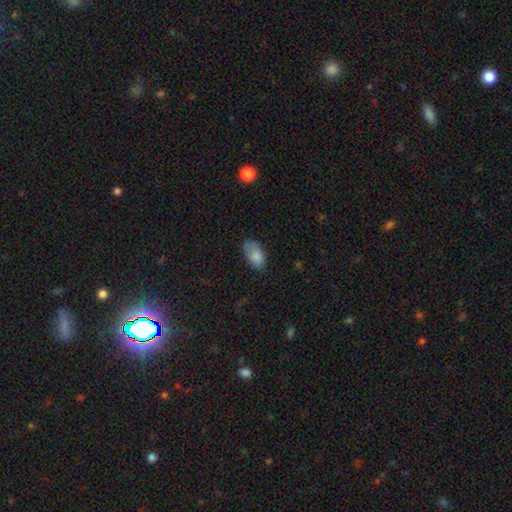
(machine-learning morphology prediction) Smooth or featured: smooth — 82% (featured or disk — 10%)
How rounded: in between — 92% (round — 6%)
Merging: none — 61% (minor disturbance — 29%)